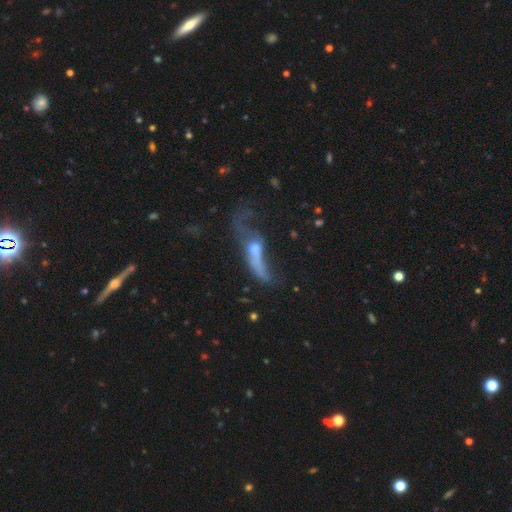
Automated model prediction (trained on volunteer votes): A featured or disk galaxy (51%). Merging: major disturbance (54%).